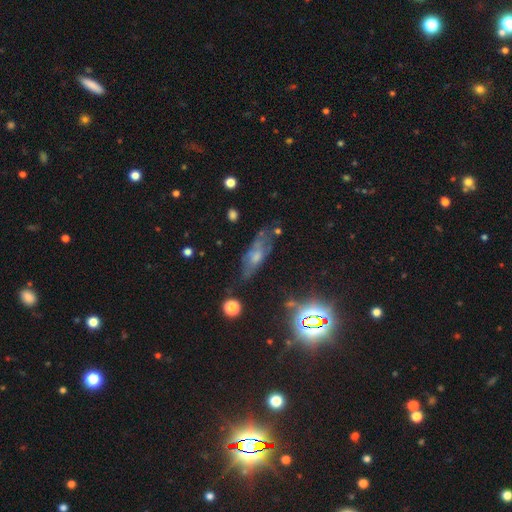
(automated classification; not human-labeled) Smooth or featured? Predicted: featured or disk (p=0.43). Merging? Predicted: none (p=0.51).